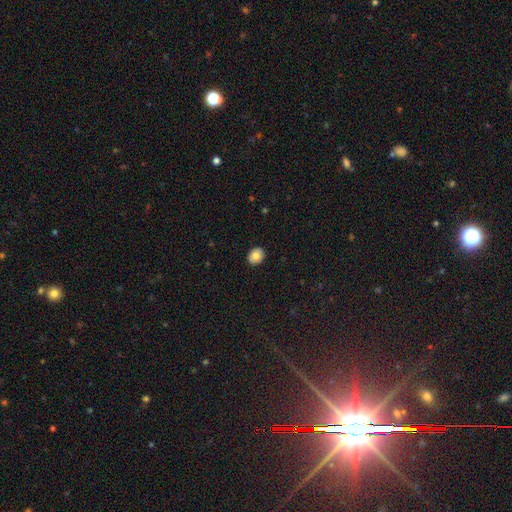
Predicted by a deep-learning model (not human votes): This appears to be a smooth galaxy with no disk features (79%) that is round (56%). Merging: none (90%).